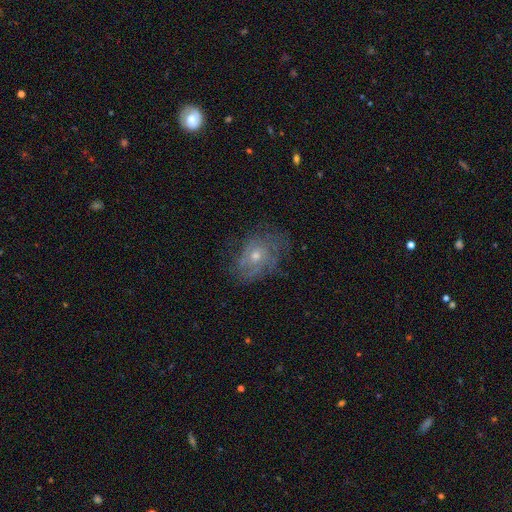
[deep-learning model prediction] Overall: featured or disk (64%; smooth 24%). Edge-on disk: no (96%). Bar: no (80%). Spiral arms: yes (73%). Bulge size: moderate (51%; small 44%). Merging: none (63%).